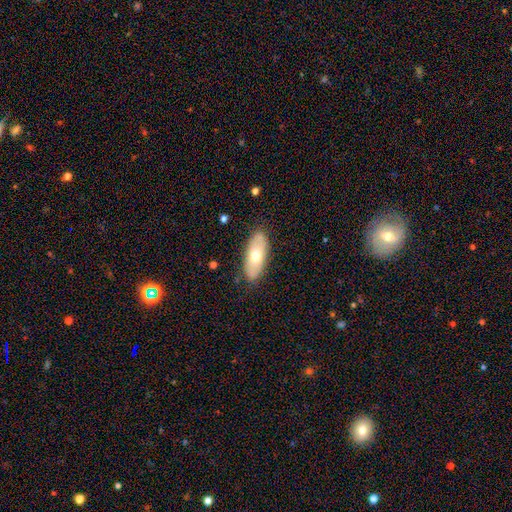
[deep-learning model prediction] smooth_or_featured: smooth (p=0.59) [alt: featured or disk p=0.35]
how_rounded: in between (p=0.81) [alt: cigar-shaped p=0.16]
merging: none (p=0.85) [alt: minor disturbance p=0.12]